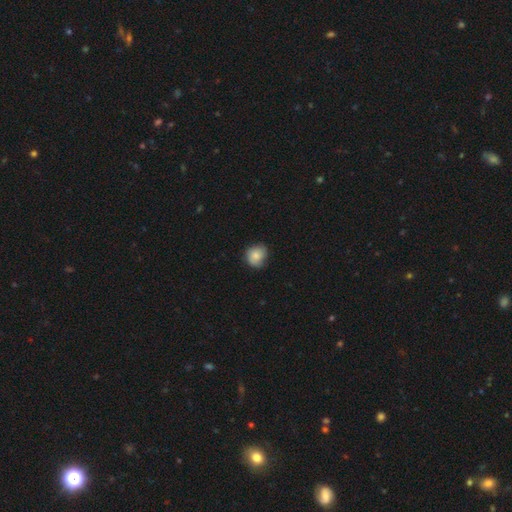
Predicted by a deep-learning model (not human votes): The model was most divided on "merging": none: 71%, minor disturbance: 24%, major disturbance: 4%, merger: 1%. More confident: smooth or featured — smooth (79%); how rounded — round (78%).